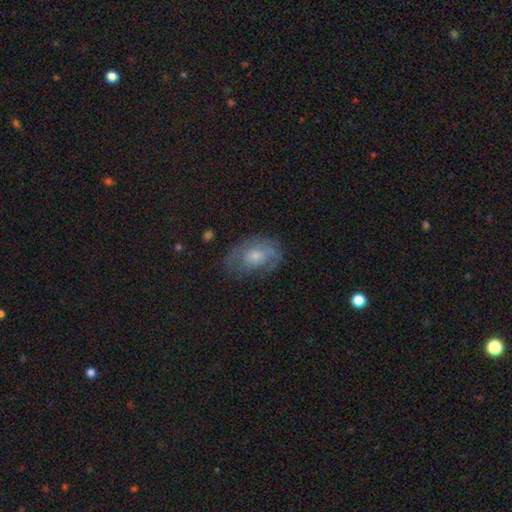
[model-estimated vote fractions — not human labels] Smooth or featured? featured or disk (51%)
Edge-on disk? no (95%)
Merging? none (62%)